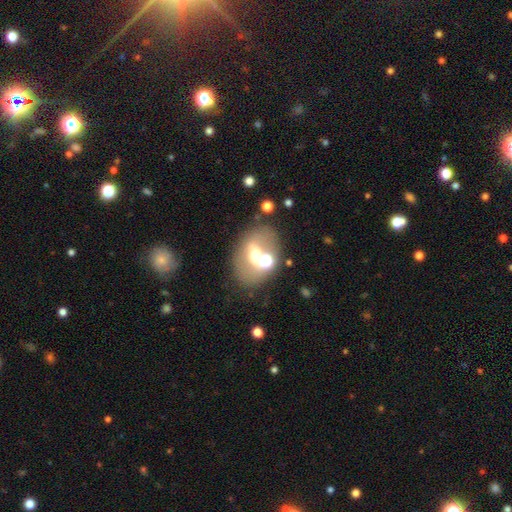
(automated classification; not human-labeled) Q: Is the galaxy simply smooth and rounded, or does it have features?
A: smooth — 44%.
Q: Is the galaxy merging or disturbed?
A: none — 59%.